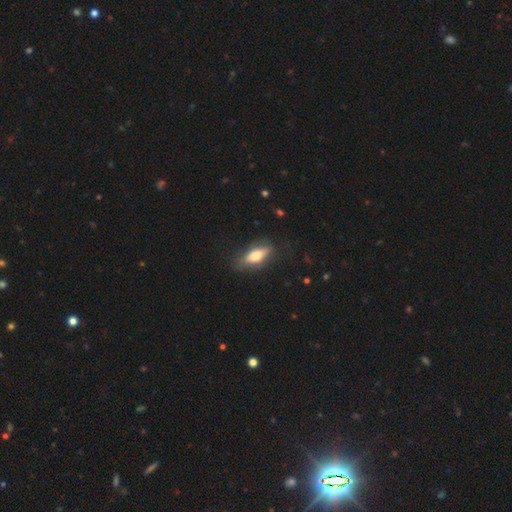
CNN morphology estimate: The model was most divided on "smooth or featured": smooth: 66%, featured or disk: 27%, star or artifact: 7%. More confident: merging — none (73%); how rounded — in between (68%).